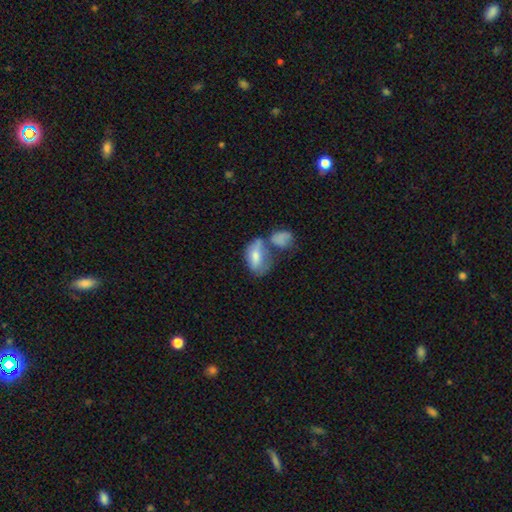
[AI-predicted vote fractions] A smooth galaxy with no disk features (68%) that is in between round and cigar-shaped (89%).

Vote fractions:
- Smooth or featured? smooth: 68% / featured or disk: 24% / star or artifact: 8%
- How rounded? in between: 89% / round: 7% / cigar-shaped: 4%
- Merging? merger: 41% / none: 26% / minor disturbance: 17% / major disturbance: 15%